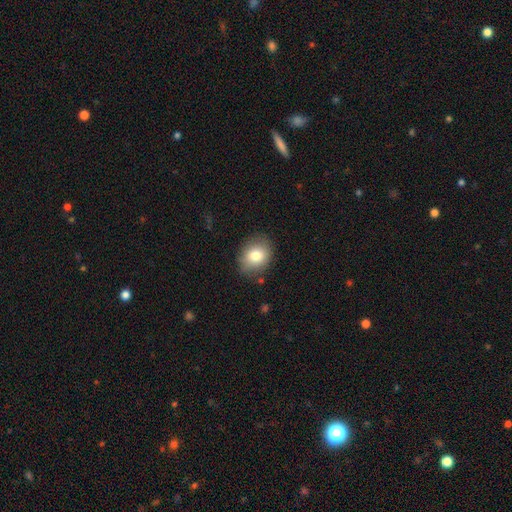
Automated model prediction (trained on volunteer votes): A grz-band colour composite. It shows a smooth galaxy with no disk features (79%) that is in between round and cigar-shaped (51%). Merging: none (82%).